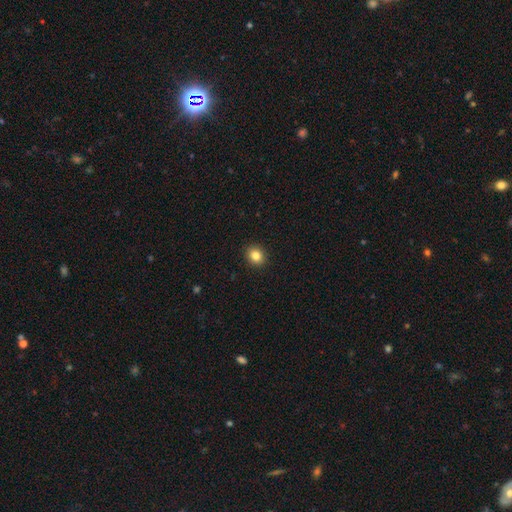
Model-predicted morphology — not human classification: Smooth or featured: smooth — 84% (star or artifact — 10%)
How rounded: round — 71% (in between — 28%)
Merging: none — 92% (minor disturbance — 6%)